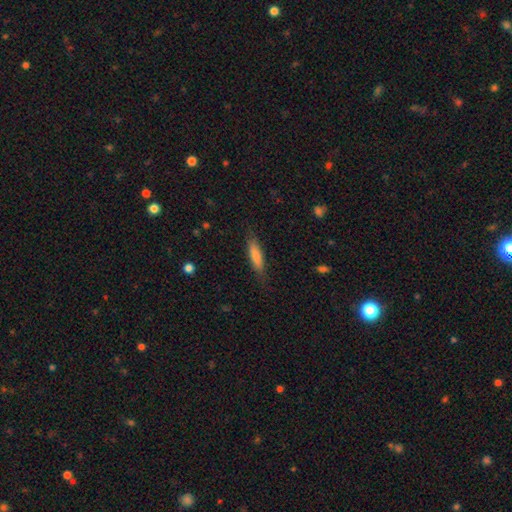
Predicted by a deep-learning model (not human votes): This is likely a smooth galaxy (73%). How rounded: likely cigar-shaped (71%). Merging: clearly none (82%).